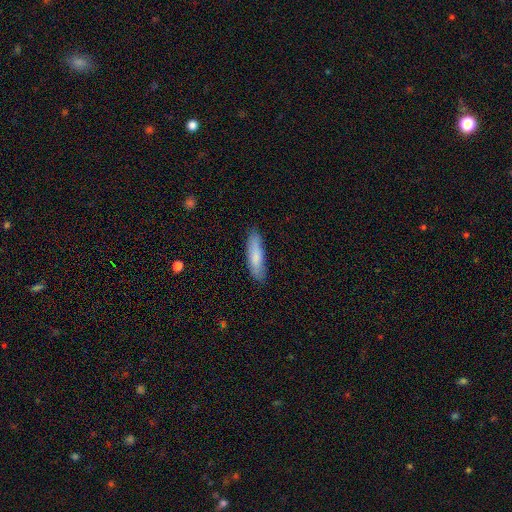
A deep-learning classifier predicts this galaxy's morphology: Smooth or featured?
  - smooth: 81% *
  - featured or disk: 14%
  - star or artifact: 6%
How rounded?
  - cigar-shaped: 66% *
  - in between: 33%
  - round: 1%
Merging?
  - none: 86% *
  - minor disturbance: 11%
  - major disturbance: 2%
  - merger: 1%